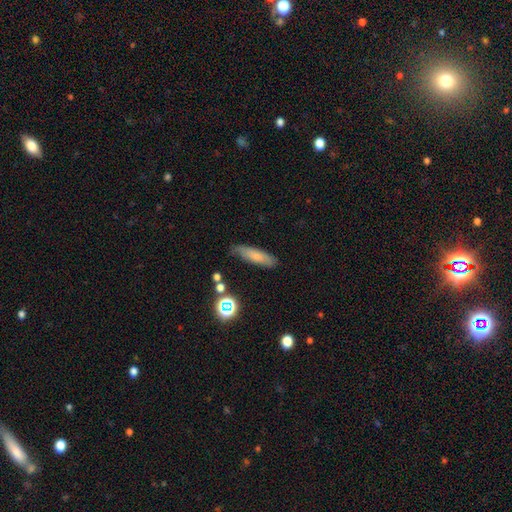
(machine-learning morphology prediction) Smooth or featured? Predicted: smooth (p=0.68). How rounded? Predicted: cigar-shaped (p=0.60). Merging? Predicted: none (p=0.74).